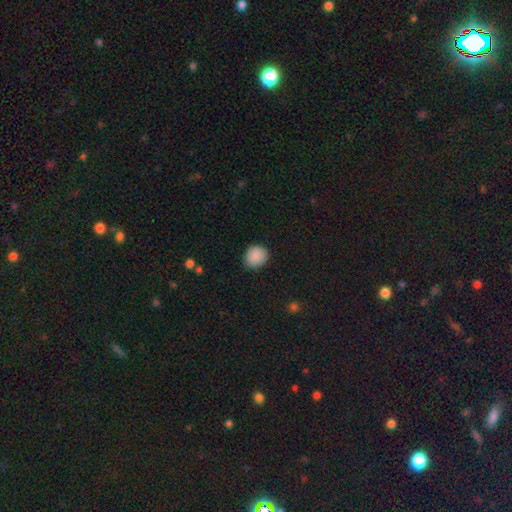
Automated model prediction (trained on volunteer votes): smooth_or_featured: smooth (p=0.89) [alt: star or artifact p=0.08]
how_rounded: round (p=0.78) [alt: in between p=0.21]
merging: none (p=0.82) [alt: minor disturbance p=0.15]